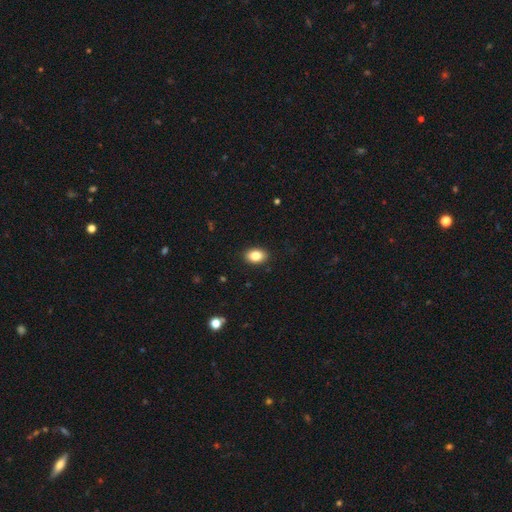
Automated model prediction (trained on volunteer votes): A smooth galaxy with no disk features (85%) that is in between round and cigar-shaped (82%). Merging: none (90%).